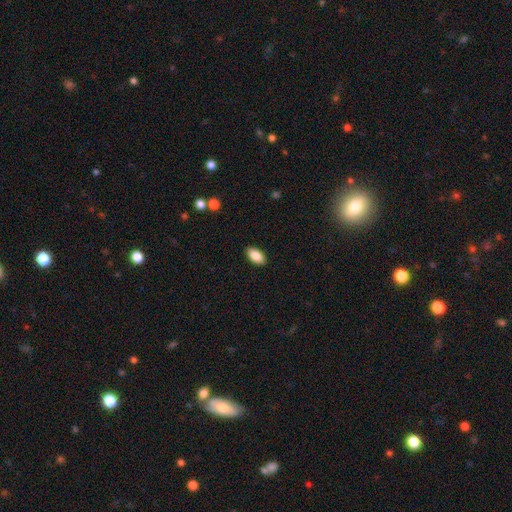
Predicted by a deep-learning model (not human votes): Smooth or featured: smooth — 87% (star or artifact — 7%)
How rounded: in between — 93% (cigar-shaped — 4%)
Merging: none — 89% (minor disturbance — 8%)